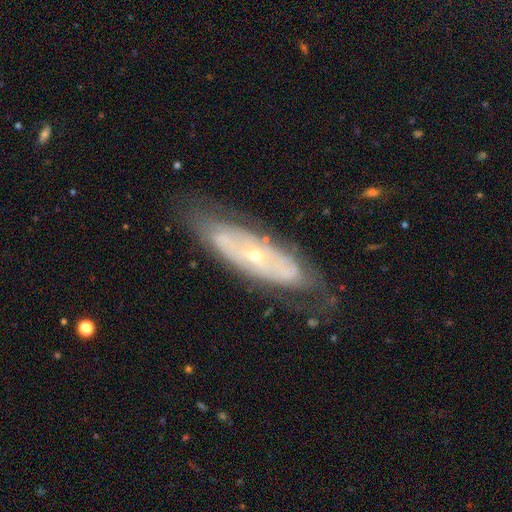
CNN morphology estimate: Smooth or featured? Predicted: featured or disk (p=0.72). Edge-on disk? Predicted: no (p=0.78). Bar? Predicted: no (p=0.83). Spiral arms? Predicted: no (p=0.50, tied with yes). Bulge size? Predicted: small (p=0.72). Merging? Predicted: none (p=0.72).